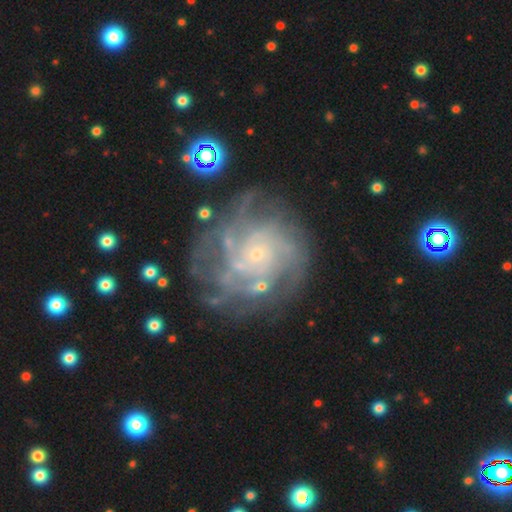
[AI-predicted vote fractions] Smooth or featured?
  - featured or disk: 85% *
  - star or artifact: 8%
  - smooth: 7%
Edge-on disk?
  - no: 98% *
  - yes: 2%
Bar?
  - no: 80% *
  - weak: 16%
  - strong: 4%
Spiral arms?
  - yes: 94% *
  - no: 6%
Spiral winding?
  - tight: 63% *
  - medium: 30%
  - loose: 8%
Spiral arm count?
  - can't tell: 29% *
  - 4: 22%
  - more than 4: 16%
  - 3: 16%
  - 2: 11%
  - 1: 7%
Bulge size?
  - small: 83% *
  - moderate: 9%
  - none: 5%
  - large: 1%
  - dominant: 1%
Merging?
  - none: 69% *
  - minor disturbance: 17%
  - major disturbance: 11%
  - merger: 4%